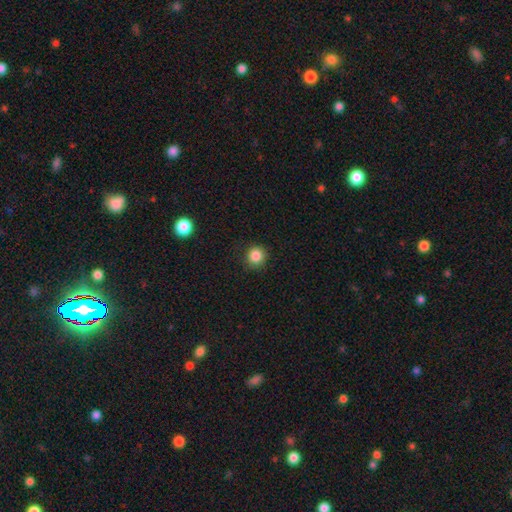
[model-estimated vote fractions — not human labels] Smooth or featured? Predicted: smooth (p=0.86). How rounded? Predicted: round (p=0.93). Merging? Predicted: none (p=0.90).